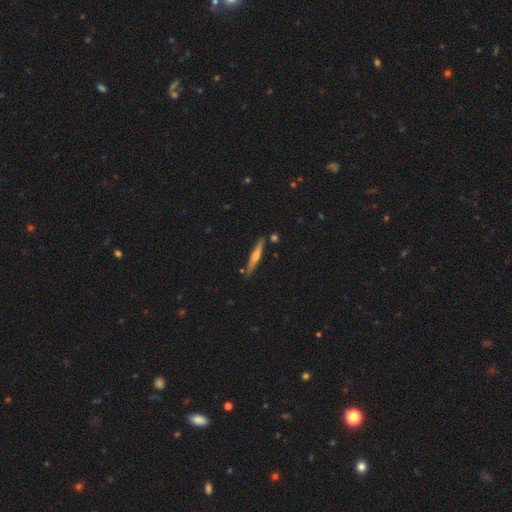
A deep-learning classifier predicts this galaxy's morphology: type=featured or disk (59%); edge-on=yes (97%); edge-on bulge=rounded (80%); merging=none (86%).